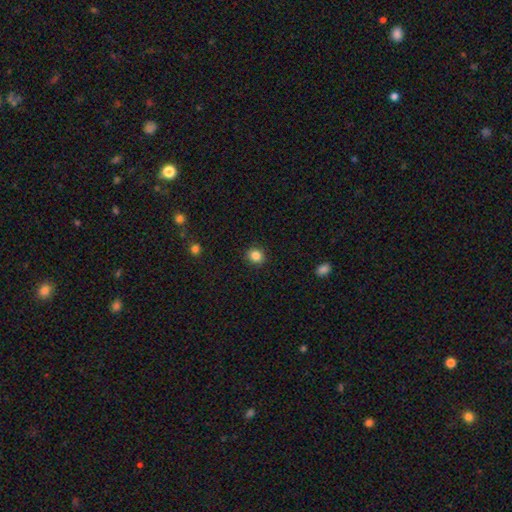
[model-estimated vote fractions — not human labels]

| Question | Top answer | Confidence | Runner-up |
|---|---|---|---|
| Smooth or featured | smooth | 85% | star or artifact (11%) |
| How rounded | round | 84% | in between (15%) |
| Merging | none | 91% | minor disturbance (6%) |